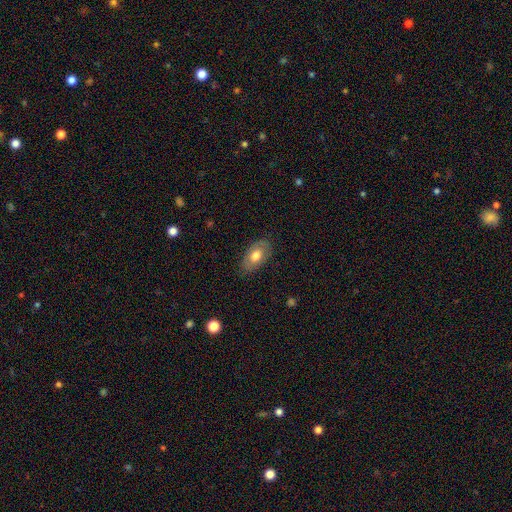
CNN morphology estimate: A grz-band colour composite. It shows a smooth galaxy with no disk features (67%) that is in between round and cigar-shaped (92%). Merging: none (80%).